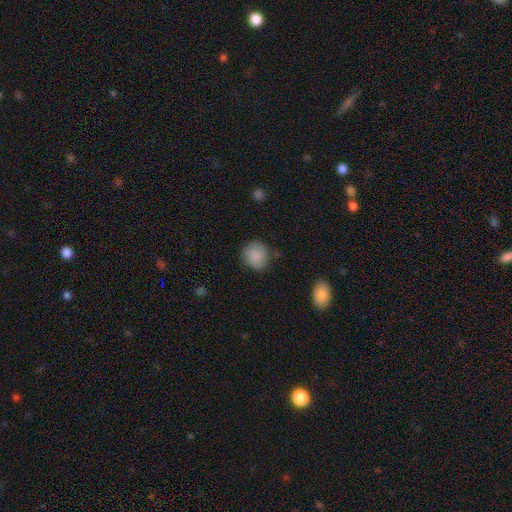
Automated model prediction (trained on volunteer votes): Smooth or featured: smooth — 87% (star or artifact — 8%)
How rounded: round — 78% (in between — 21%)
Merging: none — 78% (minor disturbance — 17%)